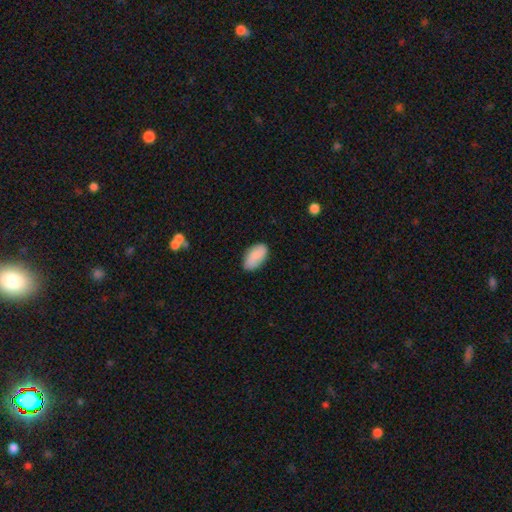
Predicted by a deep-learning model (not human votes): This appears to be a smooth galaxy with no disk features (82%) that is in between round and cigar-shaped (94%). Merging: none (78%).